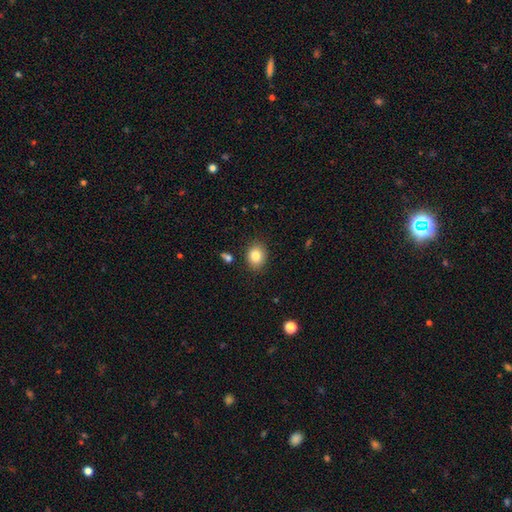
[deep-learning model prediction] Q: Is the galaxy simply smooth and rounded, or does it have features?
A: smooth — 83%.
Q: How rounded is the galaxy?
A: in between — 50%.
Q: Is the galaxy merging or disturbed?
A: none — 87%.